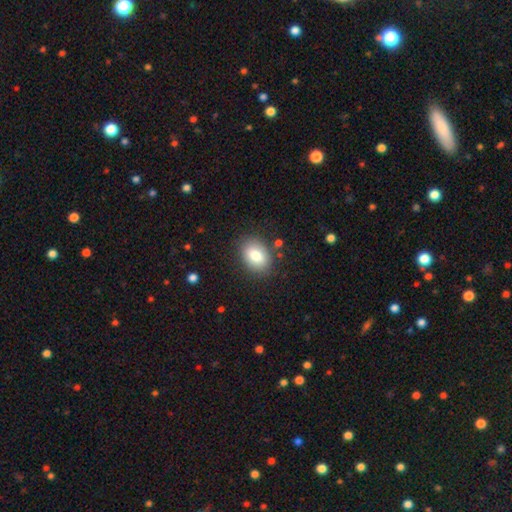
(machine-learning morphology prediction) Smooth or featured?
  - smooth: 81% *
  - featured or disk: 11%
  - star or artifact: 8%
How rounded?
  - in between: 76% *
  - round: 23%
  - cigar-shaped: 1%
Merging?
  - none: 83% *
  - minor disturbance: 11%
  - major disturbance: 3%
  - merger: 2%